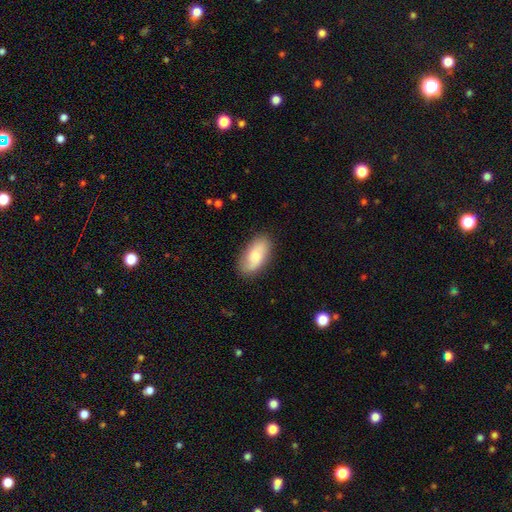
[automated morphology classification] Smooth or featured? Predicted: smooth (p=0.65). How rounded? Predicted: in between (p=0.91). Merging? Predicted: none (p=0.81).